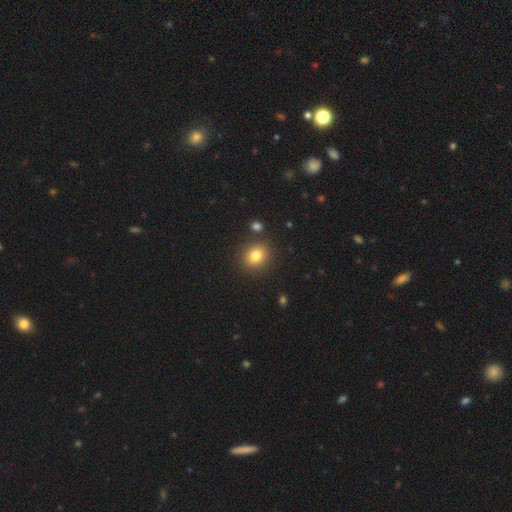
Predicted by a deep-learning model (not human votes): Smooth or featured: smooth — 81% (star or artifact — 12%)
How rounded: round — 74% (in between — 25%)
Merging: none — 86% (minor disturbance — 7%)